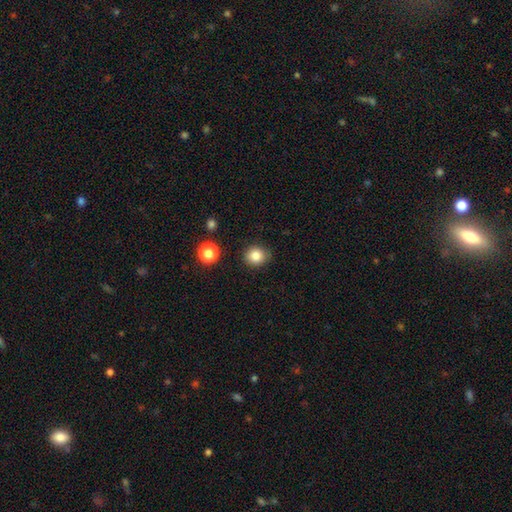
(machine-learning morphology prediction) type=smooth (83%); roundness=round (80%); merging=none (87%).